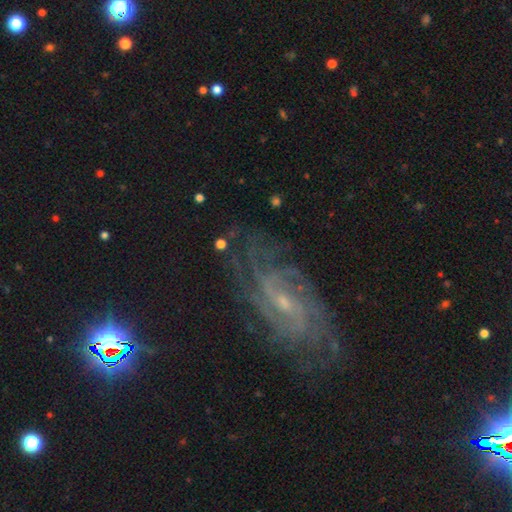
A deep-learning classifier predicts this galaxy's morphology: A featured or disk galaxy (82%) with a weak bar (49%), tight (49%) spiral arms (96%) and a small central bulge (73%).

Vote fractions:
- Smooth or featured? featured or disk: 82% / star or artifact: 11% / smooth: 7%
- Edge-on disk? no: 94% / yes: 6%
- Bar? weak: 49% / no: 38% / strong: 13%
- Spiral arms? yes: 96% / no: 4%
- Spiral winding? tight: 49% / medium: 39% / loose: 12%
- Spiral arm count? can't tell: 37% / 2: 22% / 3: 13% / 4: 13% / more than 4: 9% / 1: 7%
- Bulge size? small: 73% / moderate: 20% / none: 5% / large: 1% / dominant: 1%
- Merging? none: 76% / minor disturbance: 16% / major disturbance: 7% / merger: 2%